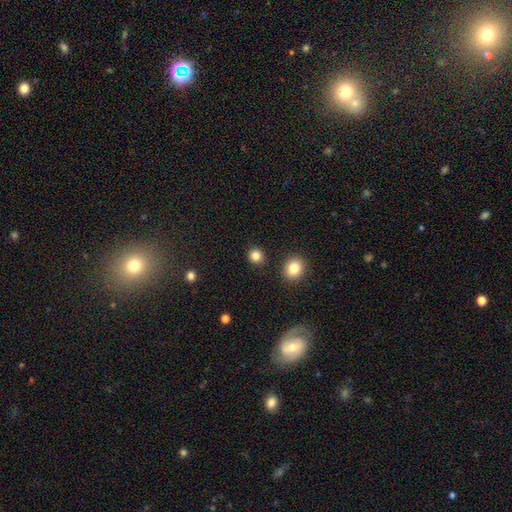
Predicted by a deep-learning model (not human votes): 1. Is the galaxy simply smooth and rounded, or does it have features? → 84% smooth, 12% star or artifact, 4% featured or disk.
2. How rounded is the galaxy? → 87% round, 12% in between, 1% cigar-shaped.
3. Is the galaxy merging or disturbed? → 89% none, 5% minor disturbance, 3% merger, 2% major disturbance.